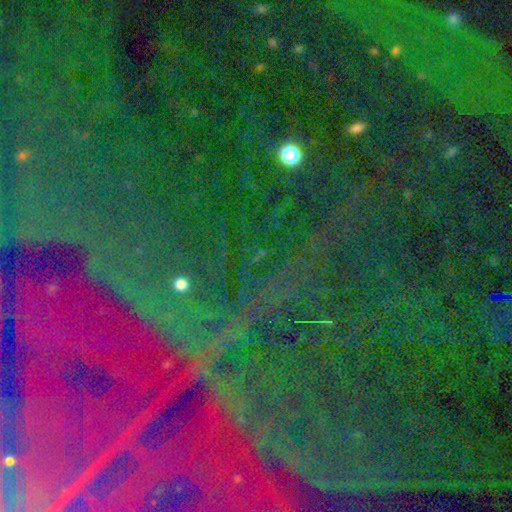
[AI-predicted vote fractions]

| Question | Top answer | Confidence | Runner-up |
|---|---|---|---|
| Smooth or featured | star or artifact | 79% | smooth (11%) |